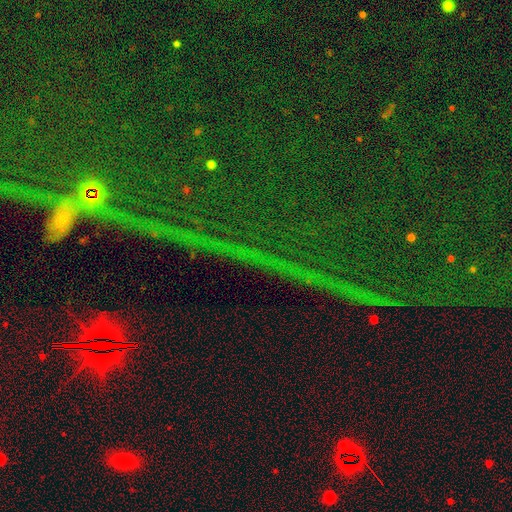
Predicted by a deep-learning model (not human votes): This is clearly a star or artifact rather than a galaxy (84%).